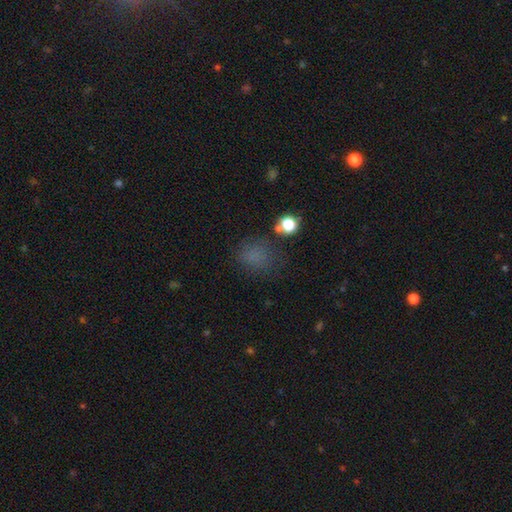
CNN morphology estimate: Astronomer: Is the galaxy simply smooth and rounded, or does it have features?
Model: smooth — 70%.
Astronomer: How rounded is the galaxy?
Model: round — 67%.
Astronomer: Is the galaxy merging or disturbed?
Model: none — 69%.